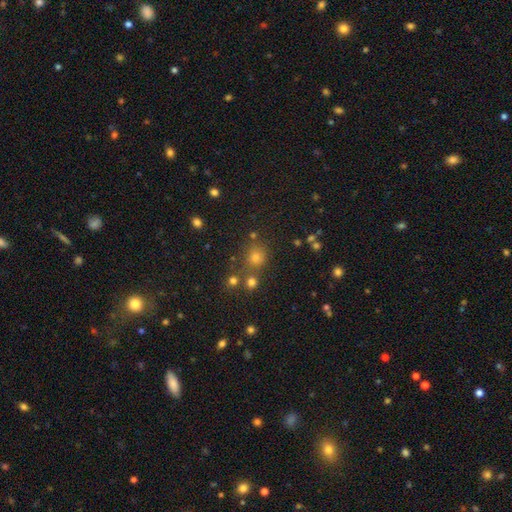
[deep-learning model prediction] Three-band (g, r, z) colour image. It shows a smooth galaxy with no disk features (67%) that is round (87%). Merging: none (73%).